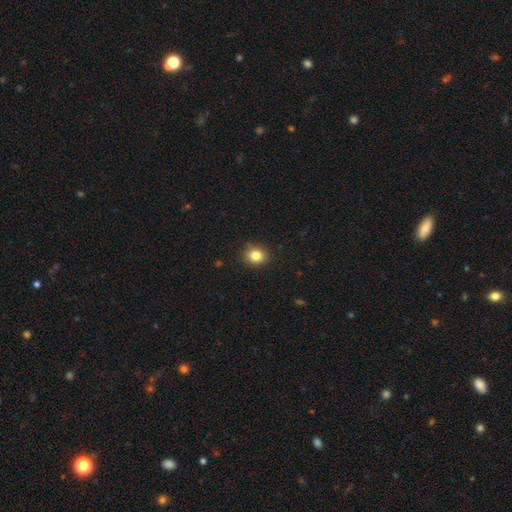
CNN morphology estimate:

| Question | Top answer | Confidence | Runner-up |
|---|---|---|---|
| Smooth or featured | smooth | 83% | star or artifact (11%) |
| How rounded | round | 76% | in between (24%) |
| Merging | none | 88% | minor disturbance (9%) |